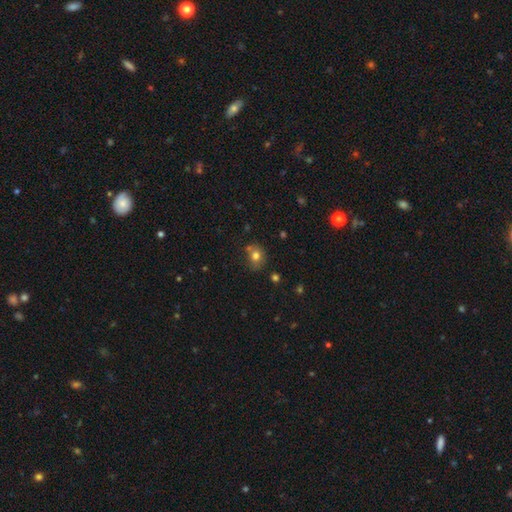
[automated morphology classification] This appears to be a smooth galaxy with no disk features (75%) that is round (64%). Merging: none (65%).